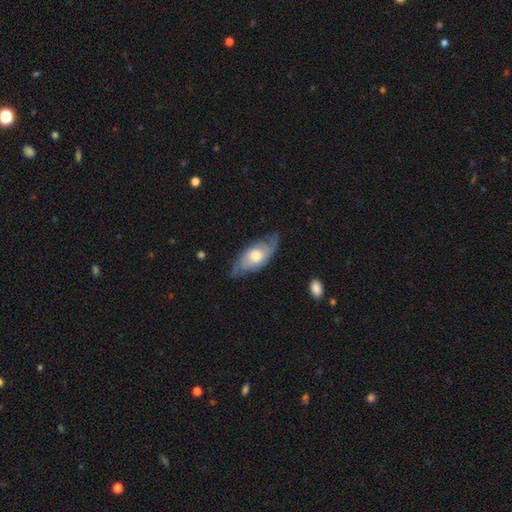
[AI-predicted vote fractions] Smooth or featured: featured or disk — 61% (smooth — 33%)
Edge-on disk: no — 84% (yes — 16%)
Bar: no — 76% (weak — 20%)
Spiral arms: yes — 79% (no — 21%)
Bulge size: moderate — 65% (small — 21%)
Merging: none — 66% (minor disturbance — 24%)